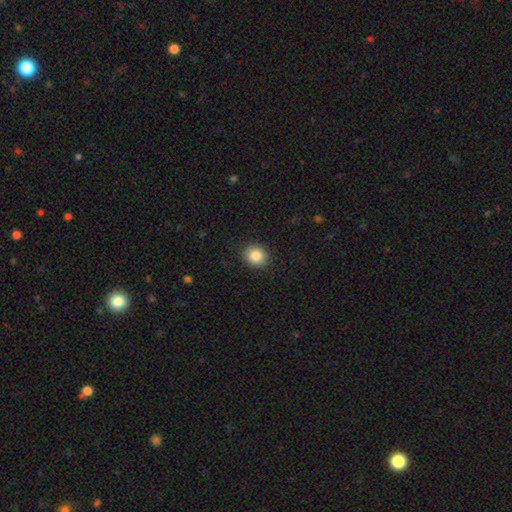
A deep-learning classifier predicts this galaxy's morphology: Smooth or featured? Predicted: smooth (p=0.87). How rounded? Predicted: round (p=0.74). Merging? Predicted: none (p=0.89).